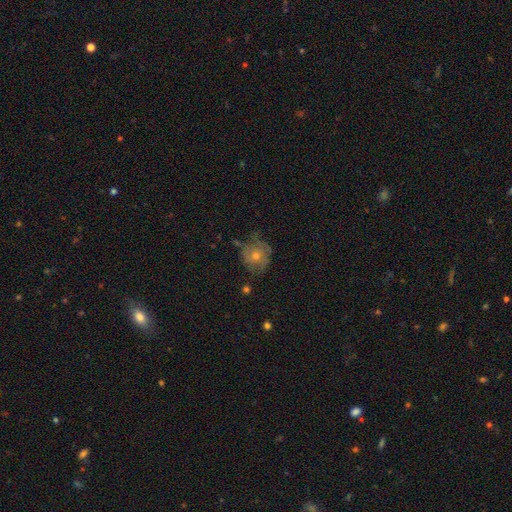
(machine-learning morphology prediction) Q: Smooth or featured?
A: featured or disk (49%); runner-up: smooth (37%)
Q: Merging?
A: none (65%); runner-up: minor disturbance (23%)